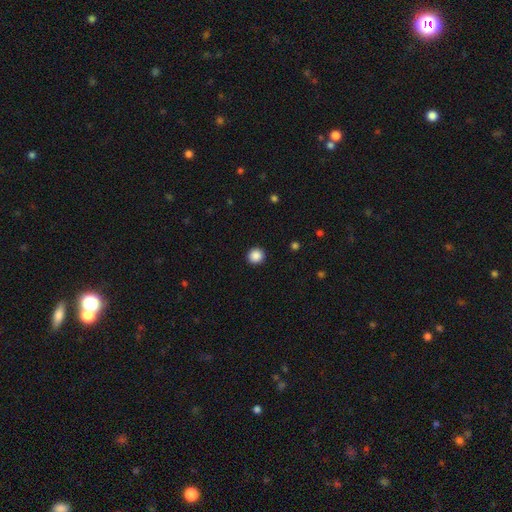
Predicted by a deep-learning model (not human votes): Smooth or featured? smooth (88%)
How rounded? round (94%)
Merging? none (93%)